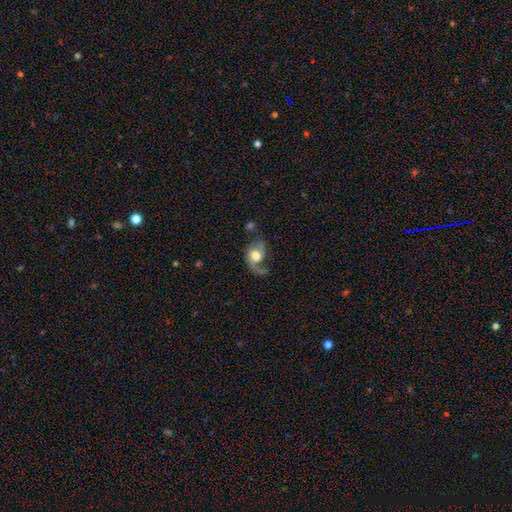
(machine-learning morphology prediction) type=featured or disk (69%); edge-on=no (97%); bar=no (69%); spiral arms=yes (89%); winding=loose (54%); arm count=2 (52%); bulge=moderate (55%); merging=none (42%).